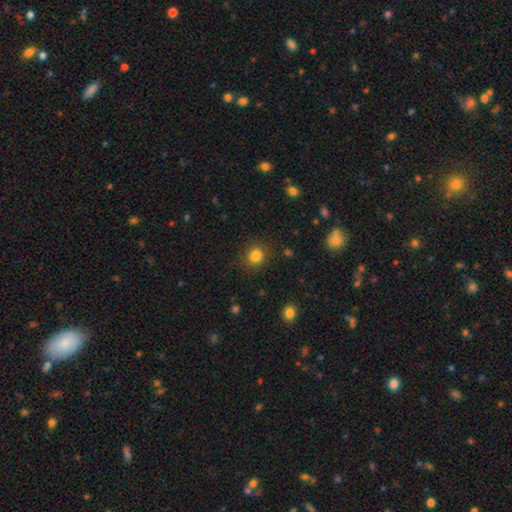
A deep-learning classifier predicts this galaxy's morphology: The model was most divided on "how rounded": round: 83%, in between: 16%, cigar-shaped: 1%. More confident: merging — none (88%); smooth or featured — smooth (83%).